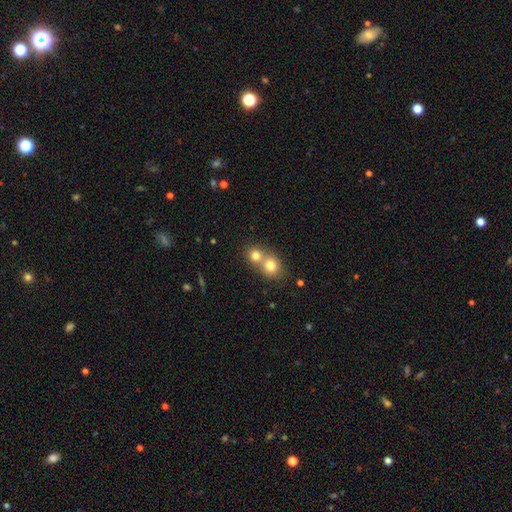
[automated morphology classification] Smooth or featured? Predicted: smooth (p=0.76). How rounded? Predicted: round (p=0.80). Merging? Predicted: merger (p=0.61).